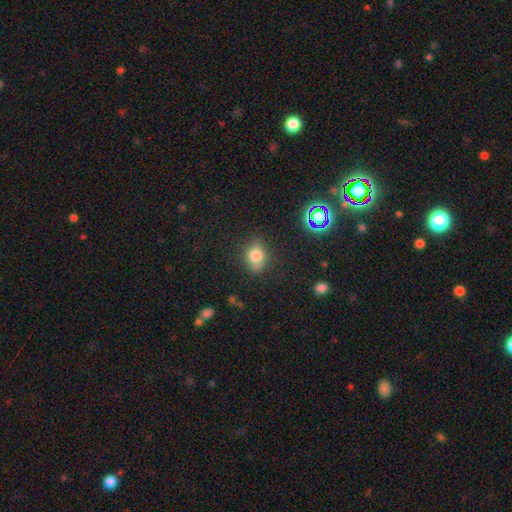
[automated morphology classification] A smooth galaxy with no disk features (71%) that is in between round and cigar-shaped (58%). Merging: none (73%).